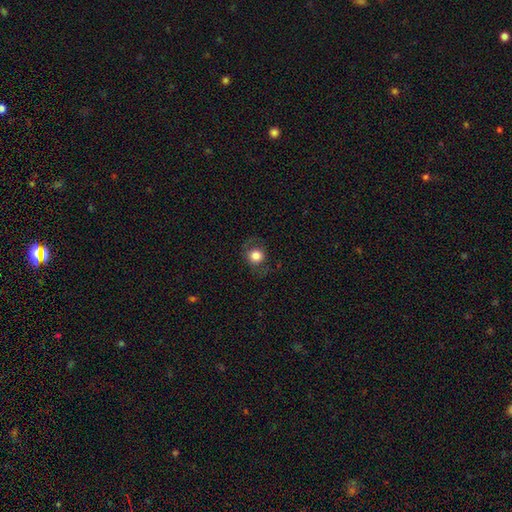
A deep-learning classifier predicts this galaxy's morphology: smooth-or-featured: smooth: 76% | featured or disk: 14% | star or artifact: 10%
  how-rounded: round: 83% | in between: 16% | cigar-shaped: 1%
  merging: none: 76% | minor disturbance: 15% | major disturbance: 9% | merger: 1%